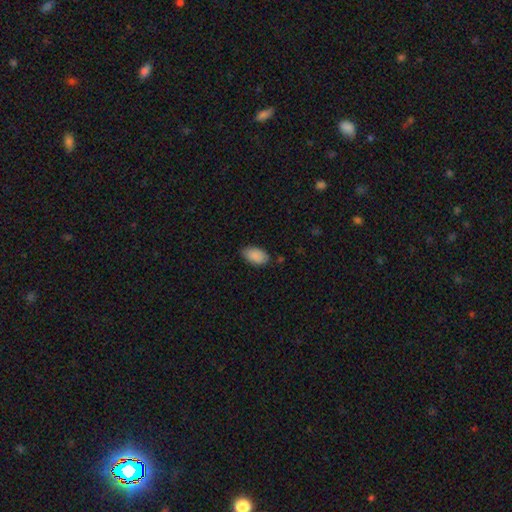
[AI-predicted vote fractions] A smooth galaxy with no disk features (89%) that is in between round and cigar-shaped (94%).

Vote fractions:
- Smooth or featured? smooth: 89% / star or artifact: 6% / featured or disk: 5%
- How rounded? in between: 94% / round: 4% / cigar-shaped: 2%
- Merging? none: 75% / minor disturbance: 21% / major disturbance: 3% / merger: 2%